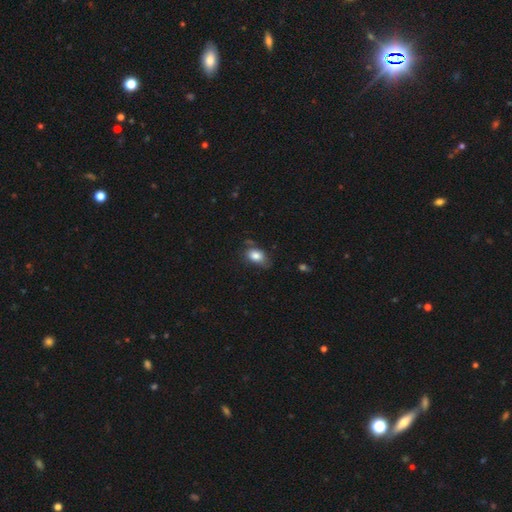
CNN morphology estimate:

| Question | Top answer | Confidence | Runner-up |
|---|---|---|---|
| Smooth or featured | smooth | 81% | featured or disk (11%) |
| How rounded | in between | 83% | round (15%) |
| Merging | none | 57% | minor disturbance (31%) |